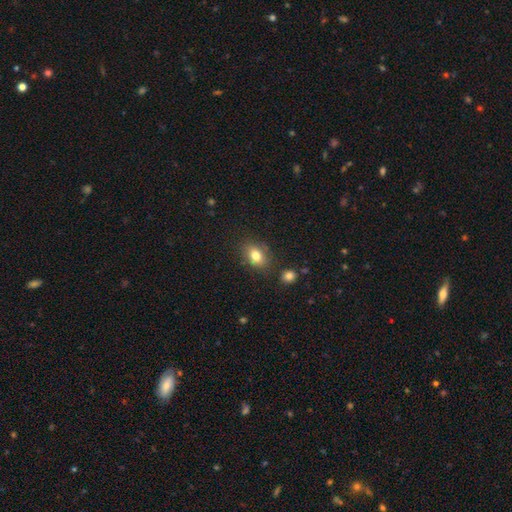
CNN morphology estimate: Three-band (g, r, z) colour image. It shows a smooth galaxy with no disk features (79%) that is in between round and cigar-shaped (73%). Merging: none (79%).